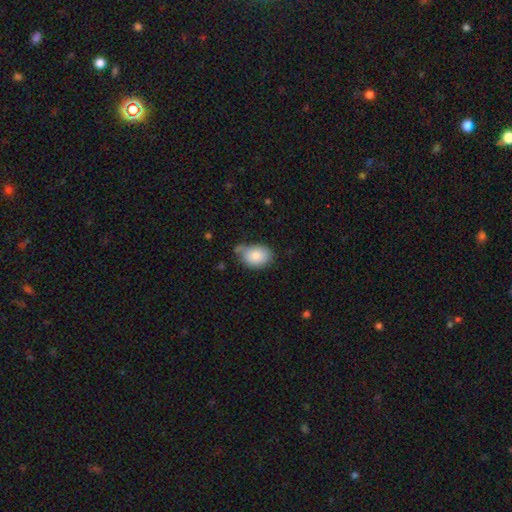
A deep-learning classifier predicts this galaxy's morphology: Smooth or featured? smooth (84%)
How rounded? in between (74%)
Merging? none (49%)